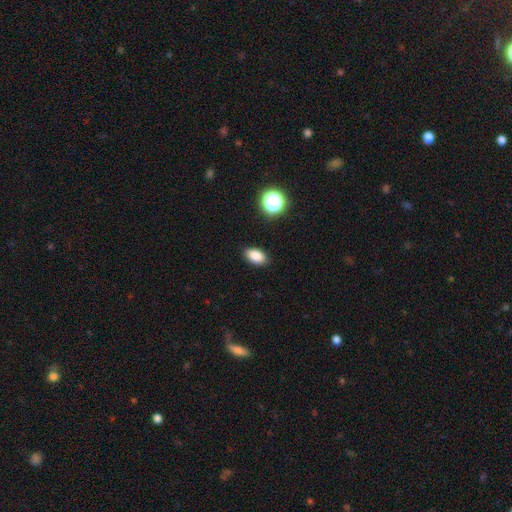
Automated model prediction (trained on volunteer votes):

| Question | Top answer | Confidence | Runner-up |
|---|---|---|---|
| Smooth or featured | smooth | 85% | star or artifact (10%) |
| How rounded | in between | 90% | round (8%) |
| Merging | none | 88% | minor disturbance (8%) |